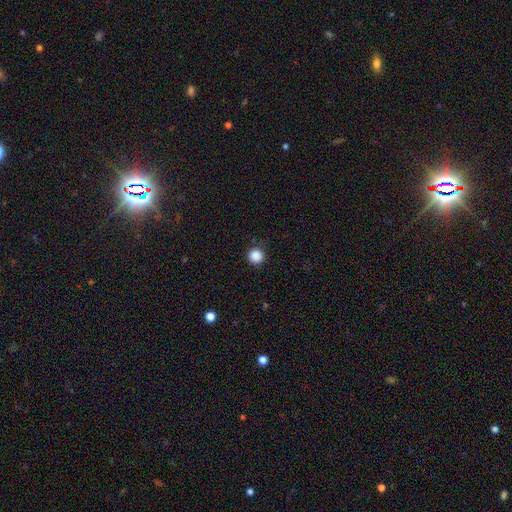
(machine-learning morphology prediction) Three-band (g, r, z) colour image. It shows a smooth galaxy with no disk features (87%) that is round (95%). Merging: none (88%).